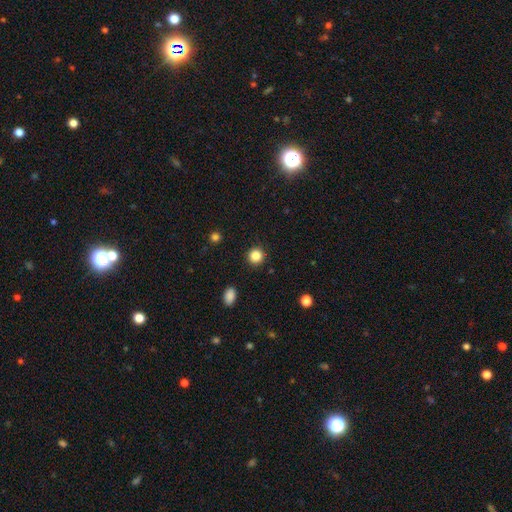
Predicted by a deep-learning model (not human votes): Q: Smooth or featured?
A: smooth (84%); runner-up: star or artifact (12%)
Q: How rounded?
A: round (93%); runner-up: in between (6%)
Q: Merging?
A: none (92%); runner-up: minor disturbance (5%)